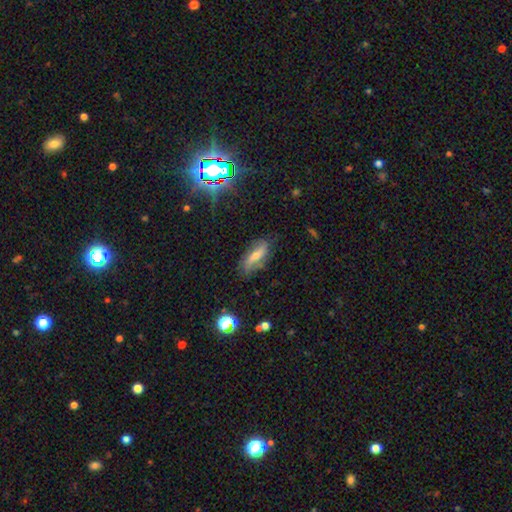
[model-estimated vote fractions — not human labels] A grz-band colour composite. It shows a featured or disk galaxy (52%). Merging: none (73%).